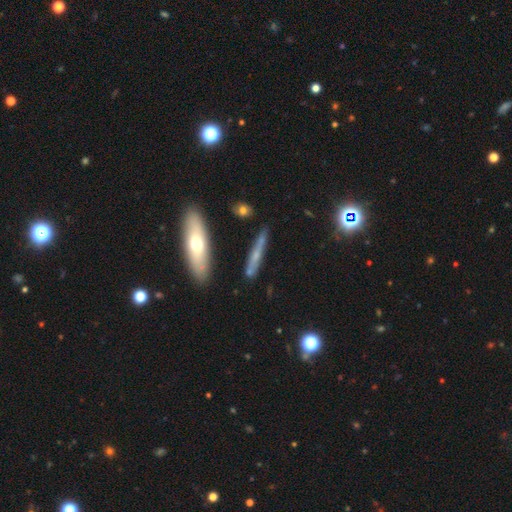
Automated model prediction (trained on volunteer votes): A featured or disk galaxy (45%).

Vote fractions:
- Smooth or featured? featured or disk: 45% / smooth: 43% / star or artifact: 12%
- Merging? none: 82% / minor disturbance: 12% / merger: 3% / major disturbance: 3%